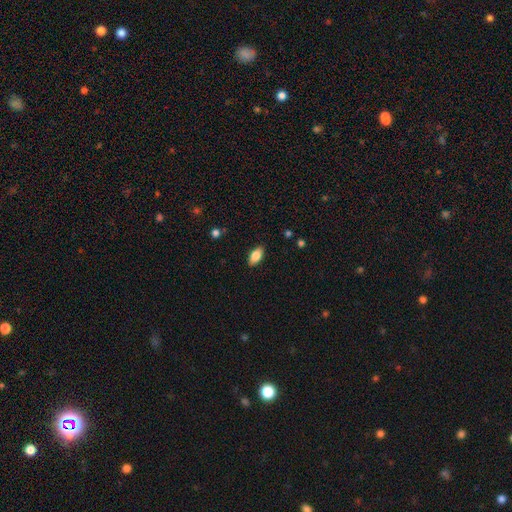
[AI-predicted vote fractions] The model was most divided on "smooth or featured": smooth: 83%, featured or disk: 10%, star or artifact: 7%. More confident: how rounded — in between (91%); merging — none (87%).